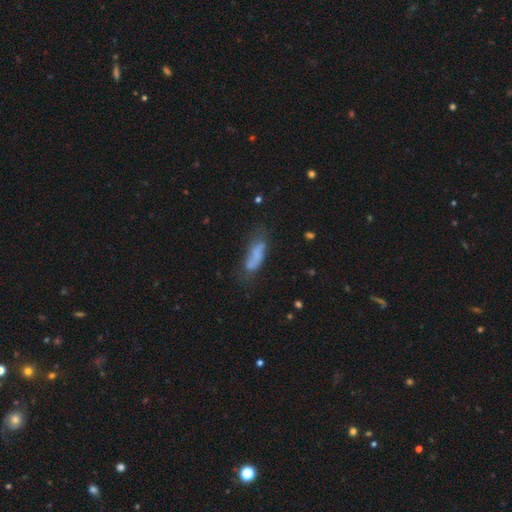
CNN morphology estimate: A smooth galaxy with no disk features (64%) that is in between round and cigar-shaped (57%).

Vote fractions:
- Smooth or featured? smooth: 64% / featured or disk: 25% / star or artifact: 11%
- How rounded? in between: 57% / cigar-shaped: 41% / round: 3%
- Merging? none: 45% / minor disturbance: 28% / major disturbance: 18% / merger: 9%